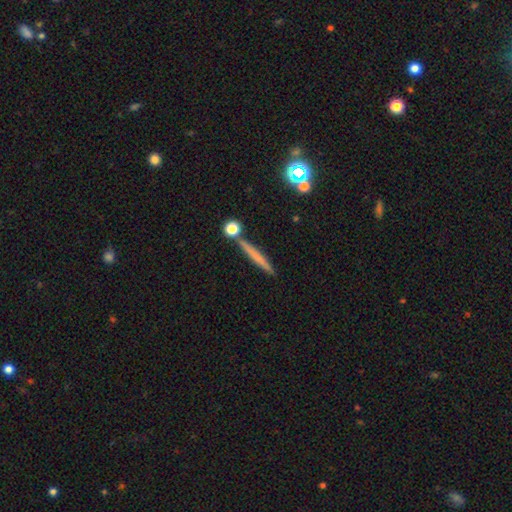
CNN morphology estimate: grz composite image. It shows a smooth galaxy with no disk features (57%) that is cigar-shaped (92%). Merging: none (82%).